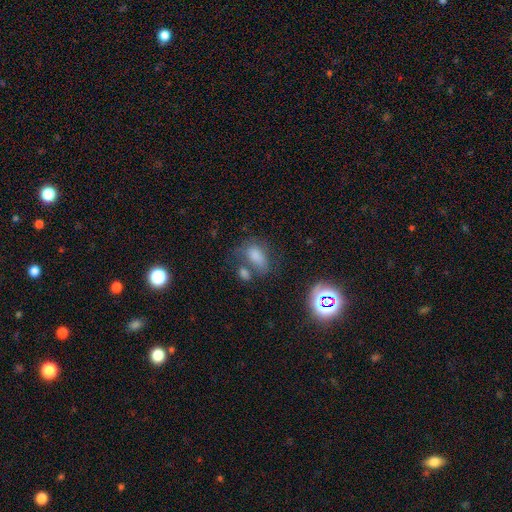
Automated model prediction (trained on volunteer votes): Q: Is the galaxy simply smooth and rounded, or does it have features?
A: smooth — 66%.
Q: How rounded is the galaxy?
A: in between — 79%.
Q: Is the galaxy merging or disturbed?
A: none — 47%.